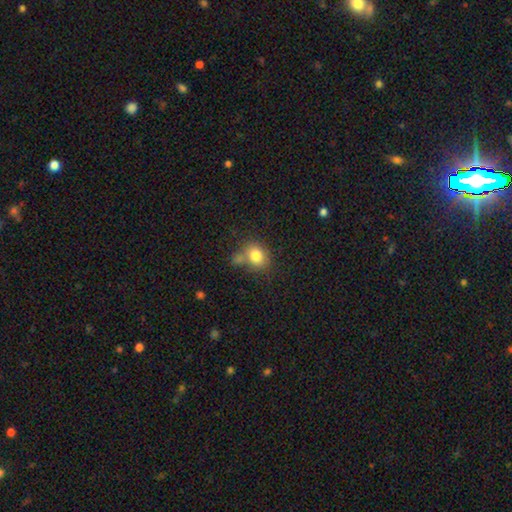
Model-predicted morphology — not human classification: The model was most divided on "how rounded": round: 53%, in between: 46%, cigar-shaped: 1%. More confident: smooth or featured — smooth (80%); merging — none (54%).